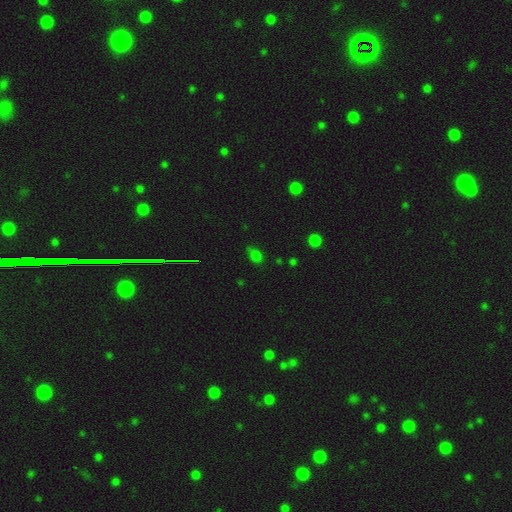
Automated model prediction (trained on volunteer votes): The model was most divided on "how rounded": in between: 66%, round: 31%, cigar-shaped: 3%. More confident: smooth or featured — smooth (68%); merging — none (66%).